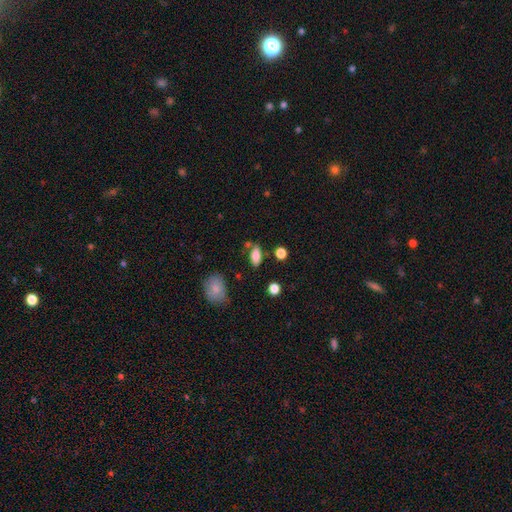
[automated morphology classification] Smooth or featured?
  - smooth: 82% *
  - featured or disk: 10%
  - star or artifact: 9%
How rounded?
  - in between: 83% *
  - cigar-shaped: 11%
  - round: 5%
Merging?
  - none: 71% *
  - minor disturbance: 16%
  - merger: 9%
  - major disturbance: 5%